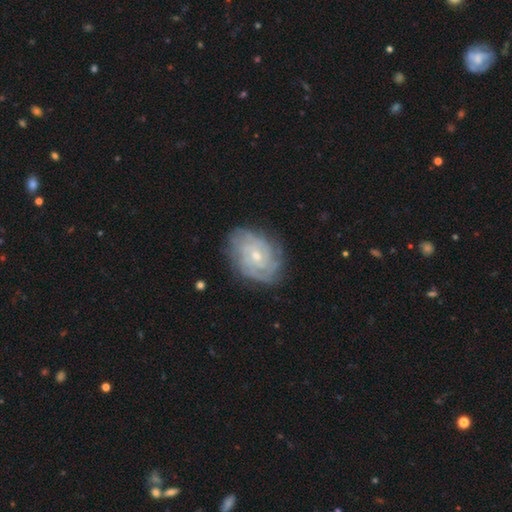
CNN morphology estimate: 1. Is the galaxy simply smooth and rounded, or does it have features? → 81% featured or disk, 13% smooth, 6% star or artifact.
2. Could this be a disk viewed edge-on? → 97% no, 3% yes.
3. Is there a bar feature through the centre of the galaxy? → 62% no, 33% weak, 5% strong.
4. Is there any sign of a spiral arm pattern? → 93% yes, 7% no.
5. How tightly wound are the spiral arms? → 74% tight, 21% medium, 5% loose.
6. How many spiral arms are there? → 41% can't tell, 20% 2, 16% 3, 12% 4, 6% more than 4, 5% 1.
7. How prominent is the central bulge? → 55% small, 41% moderate, 2% none, 2% large, 1% dominant.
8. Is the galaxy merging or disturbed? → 76% none, 17% minor disturbance, 5% major disturbance, 1% merger.